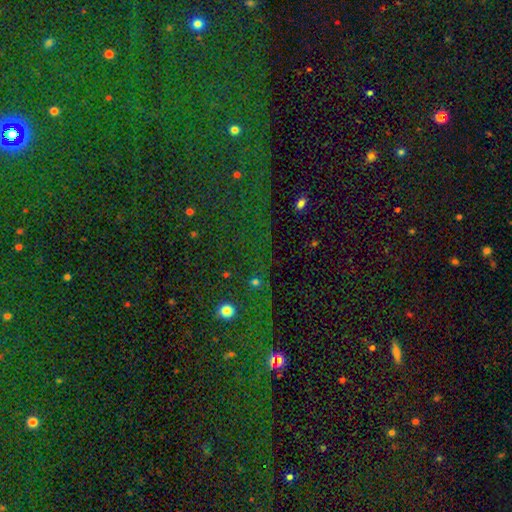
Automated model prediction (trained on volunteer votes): Smooth or featured?
  - star or artifact: 80% *
  - smooth: 11%
  - featured or disk: 9%